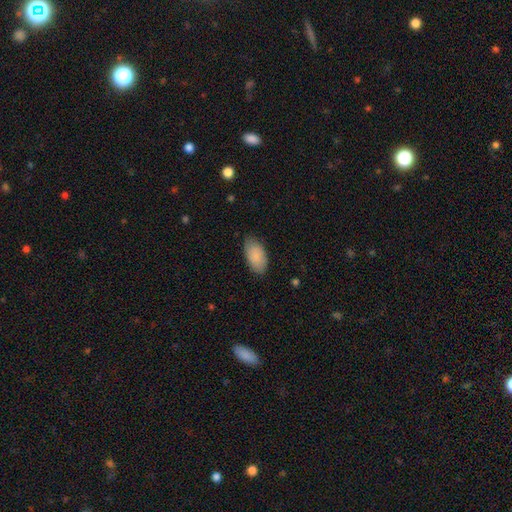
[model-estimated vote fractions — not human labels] Smooth or featured? smooth (87%)
How rounded? in between (95%)
Merging? none (79%)